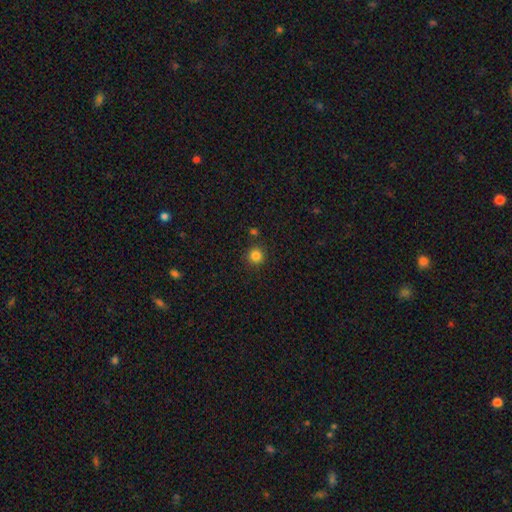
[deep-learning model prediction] Smooth or featured?
  - smooth: 84% *
  - star or artifact: 13%
  - featured or disk: 4%
How rounded?
  - round: 94% *
  - in between: 5%
  - cigar-shaped: 1%
Merging?
  - none: 87% *
  - minor disturbance: 7%
  - merger: 4%
  - major disturbance: 2%